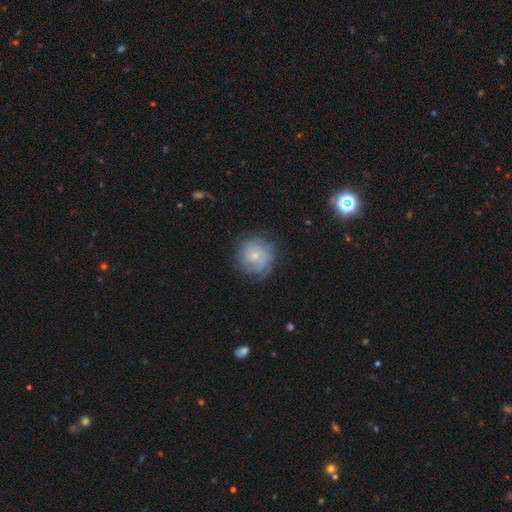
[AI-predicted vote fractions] This appears to be a featured or disk galaxy (50%). Merging: none (73%).